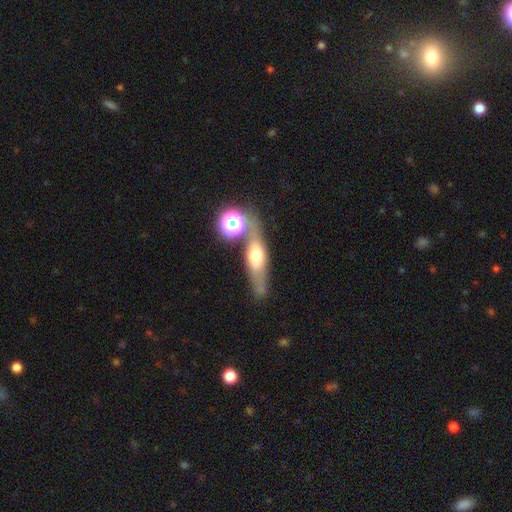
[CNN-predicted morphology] This appears to be a featured or disk galaxy (47%). Merging: none (58%).